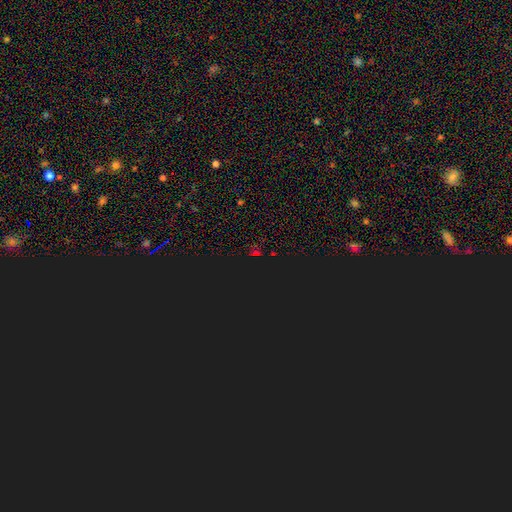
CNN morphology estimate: This is likely a star or artifact rather than a galaxy (77%).